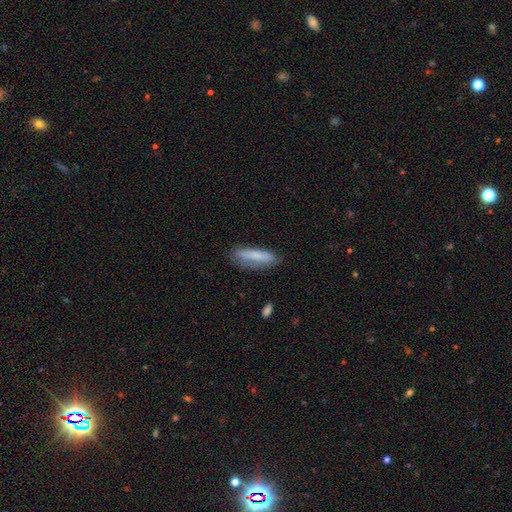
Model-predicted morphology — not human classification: Smooth or featured? smooth (77%)
How rounded? cigar-shaped (71%)
Merging? none (75%)